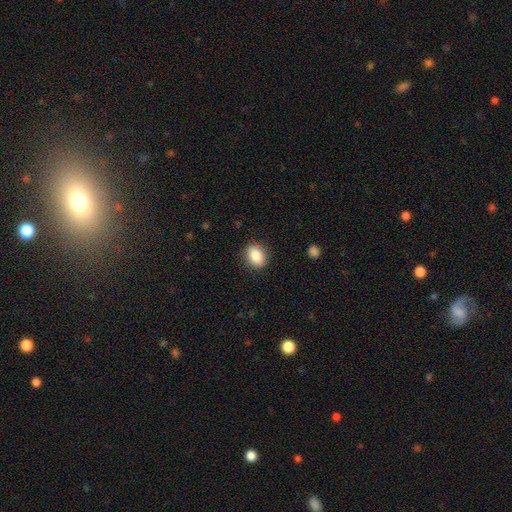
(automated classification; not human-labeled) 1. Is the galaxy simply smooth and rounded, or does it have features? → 86% smooth, 8% star or artifact, 6% featured or disk.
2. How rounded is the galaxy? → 66% in between, 32% round, 1% cigar-shaped.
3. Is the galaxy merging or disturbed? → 86% none, 10% minor disturbance, 3% major disturbance, 1% merger.